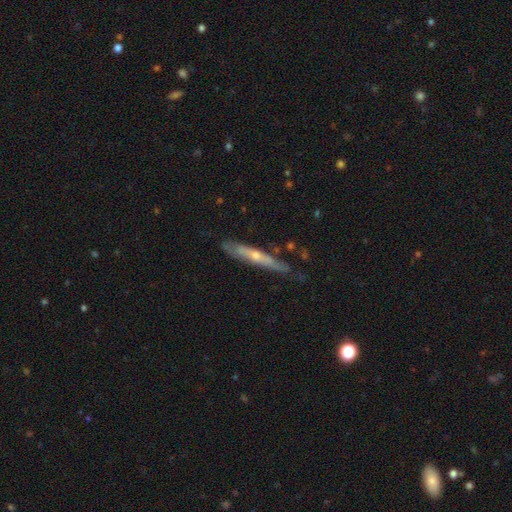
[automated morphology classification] Overall: featured or disk (65%; smooth 29%). Edge-on disk: yes (82%). Edge-on bulge: rounded (64%; none 32%). Merging: none (70%).